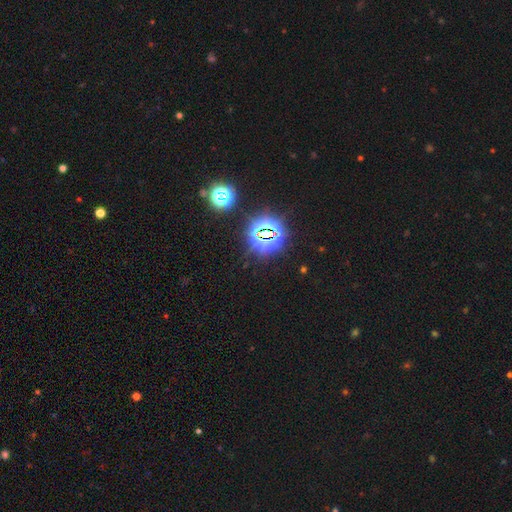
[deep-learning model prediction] Smooth or featured: star or artifact — 81% (smooth — 13%)